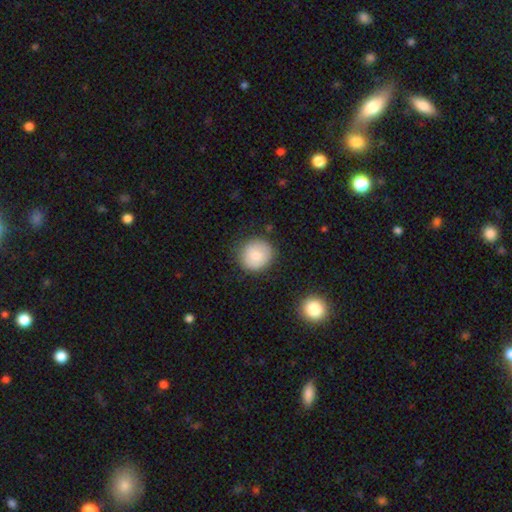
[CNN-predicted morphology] smooth-or-featured: smooth: 83% | featured or disk: 10% | star or artifact: 7%
  how-rounded: round: 89% | in between: 10% | cigar-shaped: 1%
  merging: none: 84% | minor disturbance: 11% | major disturbance: 3% | merger: 2%